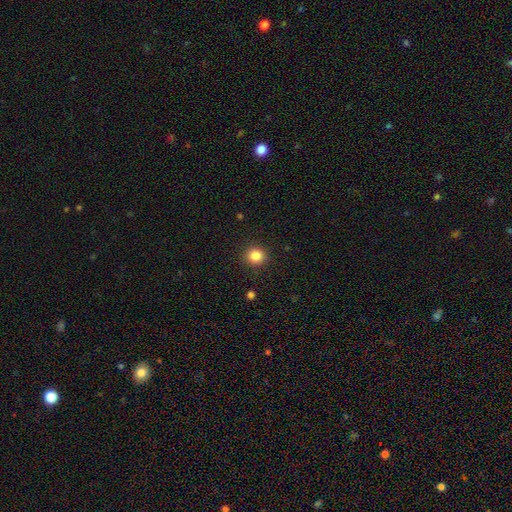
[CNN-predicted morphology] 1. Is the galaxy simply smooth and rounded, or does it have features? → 85% smooth, 11% star or artifact, 4% featured or disk.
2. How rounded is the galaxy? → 86% round, 13% in between, 1% cigar-shaped.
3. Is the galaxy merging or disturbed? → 90% none, 6% minor disturbance, 2% major disturbance, 1% merger.